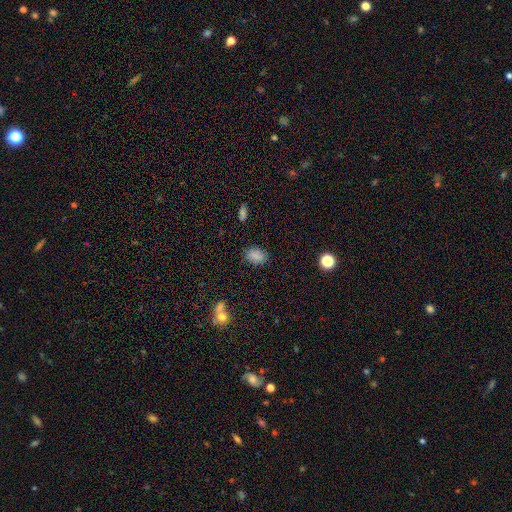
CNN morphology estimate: Overall: smooth (83%). How rounded: in between (80%). Merging: none (82%).